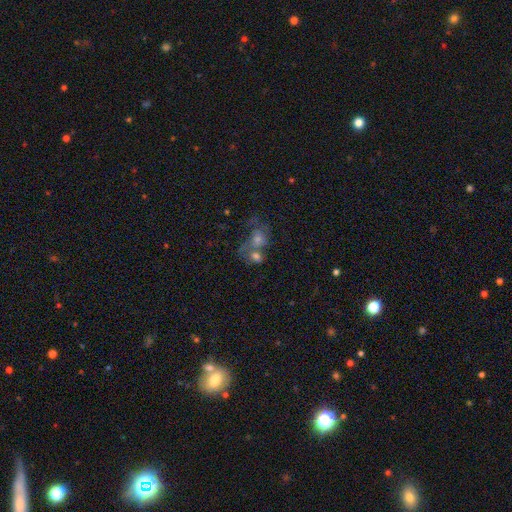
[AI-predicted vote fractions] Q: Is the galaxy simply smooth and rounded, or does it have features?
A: smooth — 37%.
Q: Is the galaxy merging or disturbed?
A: merger — 46%.